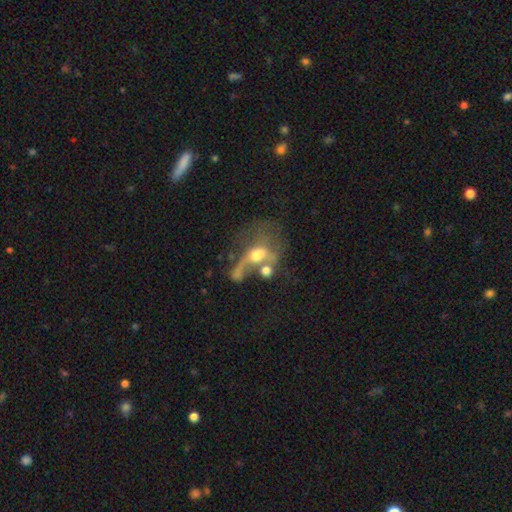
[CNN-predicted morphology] This appears to be a featured or disk galaxy (53%). Merging: merger (40%).